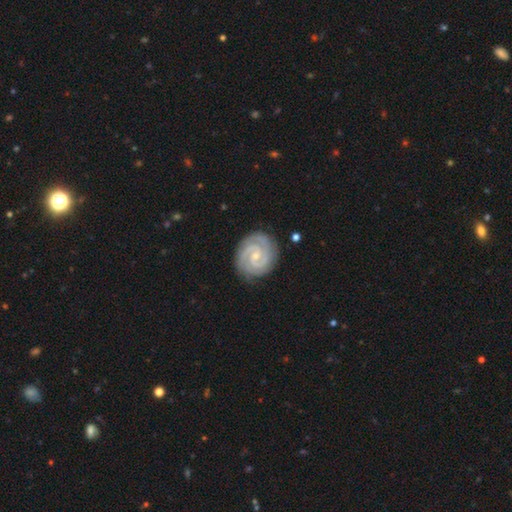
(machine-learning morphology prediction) Smooth or featured? Predicted: featured or disk (p=0.92). Edge-on disk? Predicted: no (p=0.98). Bar? Predicted: no (p=0.48). Spiral arms? Predicted: yes (p=0.99). Spiral winding? Predicted: tight (p=0.76). Spiral arm count? Predicted: 2 (p=0.76). Bulge size? Predicted: small (p=0.75). Merging? Predicted: none (p=0.84).